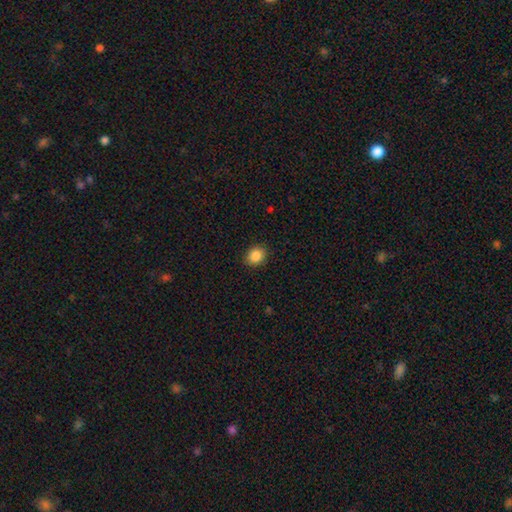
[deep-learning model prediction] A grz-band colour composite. It shows a smooth galaxy with no disk features (87%) that is round (62%). Merging: none (90%).